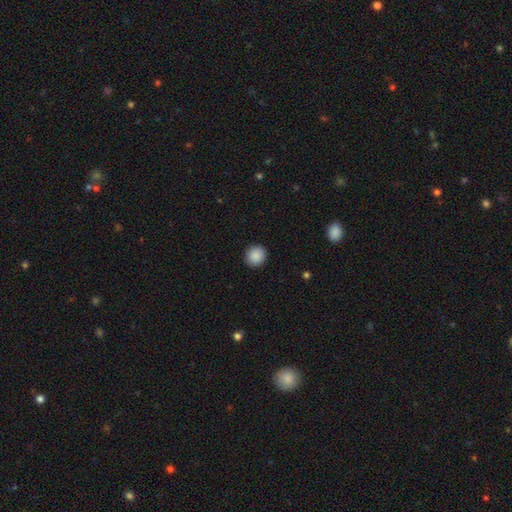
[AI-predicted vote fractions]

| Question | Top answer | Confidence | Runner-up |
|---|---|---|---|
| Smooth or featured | smooth | 89% | star or artifact (8%) |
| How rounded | round | 91% | in between (8%) |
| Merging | none | 92% | minor disturbance (5%) |